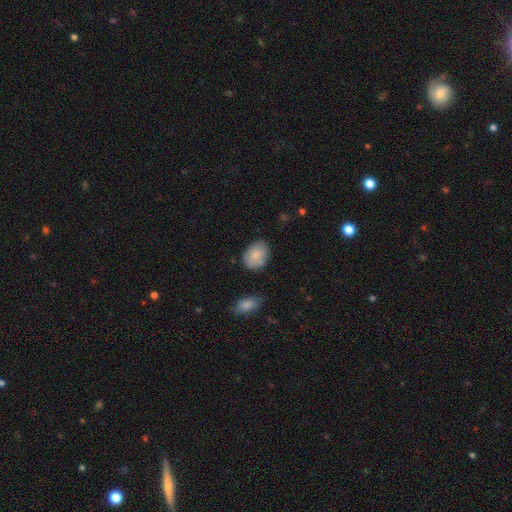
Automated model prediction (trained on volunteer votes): A smooth galaxy with no disk features (83%) that is in between round and cigar-shaped (79%). Merging: none (72%).